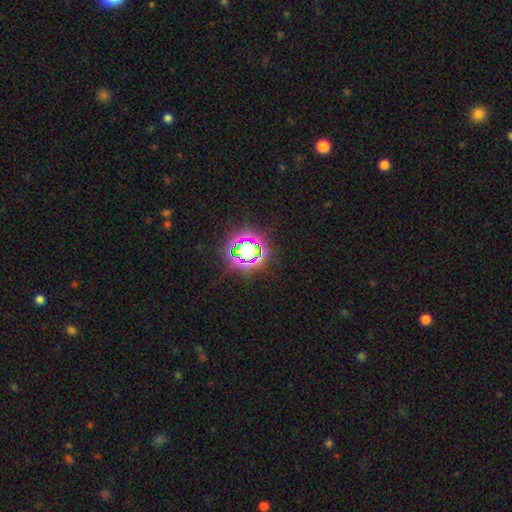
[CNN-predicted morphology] Smooth or featured: star or artifact — 70% (smooth — 19%)